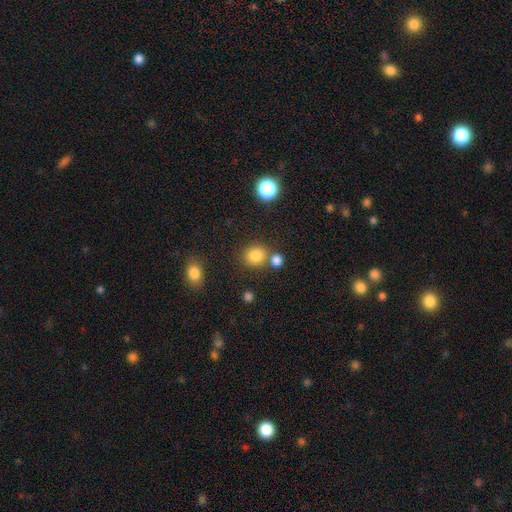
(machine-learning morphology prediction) This appears to be a smooth galaxy with no disk features (81%) that is round (75%). Merging: none (66%).